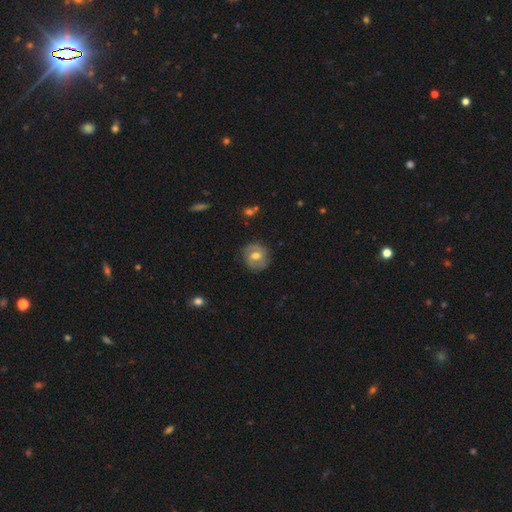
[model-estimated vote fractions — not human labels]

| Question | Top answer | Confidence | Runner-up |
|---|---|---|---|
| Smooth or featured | featured or disk | 52% | smooth (40%) |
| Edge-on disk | no | 96% | yes (4%) |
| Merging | none | 80% | minor disturbance (14%) |